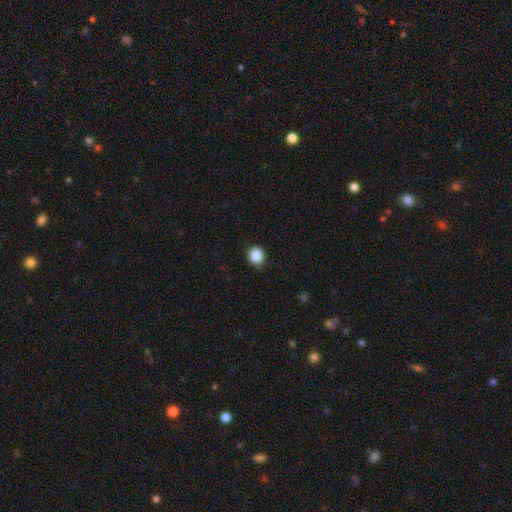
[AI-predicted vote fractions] smooth-or-featured: smooth: 87% | star or artifact: 9% | featured or disk: 3%
  how-rounded: round: 85% | in between: 14% | cigar-shaped: 1%
  merging: none: 86% | minor disturbance: 11% | major disturbance: 2% | merger: 1%